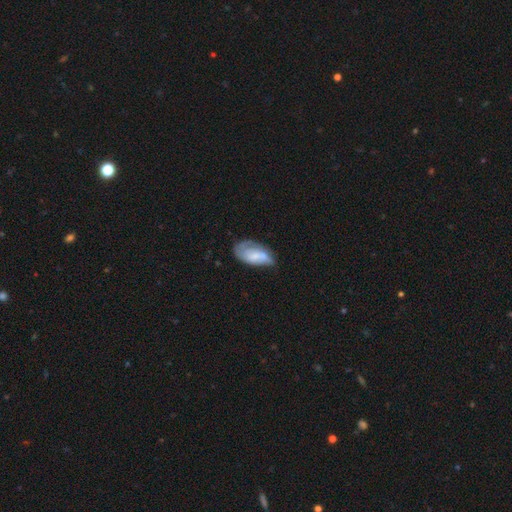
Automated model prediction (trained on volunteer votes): Smooth or featured? smooth (50%)
Merging? none (37%)